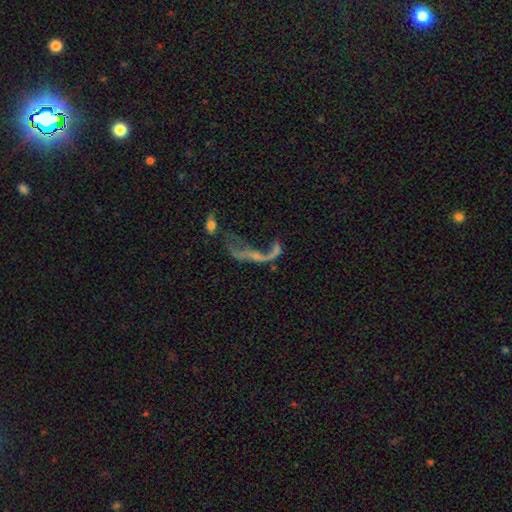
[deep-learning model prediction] Smooth or featured? featured or disk (59%)
Edge-on disk? no (87%)
Bar? no (76%)
Spiral arms? no (65%)
Bulge size? none (54%)
Merging? major disturbance (42%)